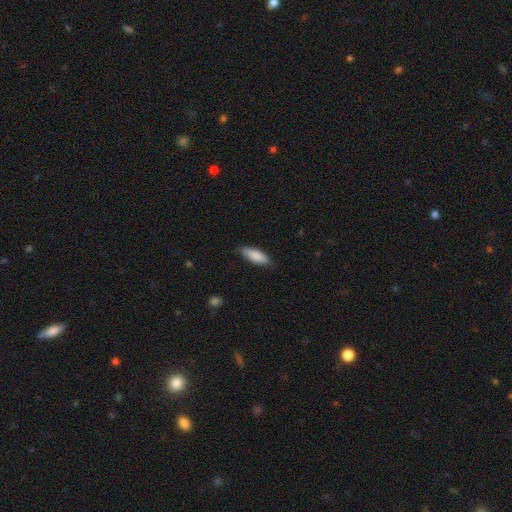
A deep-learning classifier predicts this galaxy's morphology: smooth-or-featured: smooth: 87% | featured or disk: 8% | star or artifact: 6%
  how-rounded: in between: 64% | cigar-shaped: 35% | round: 2%
  merging: none: 83% | minor disturbance: 14% | major disturbance: 2% | merger: 1%